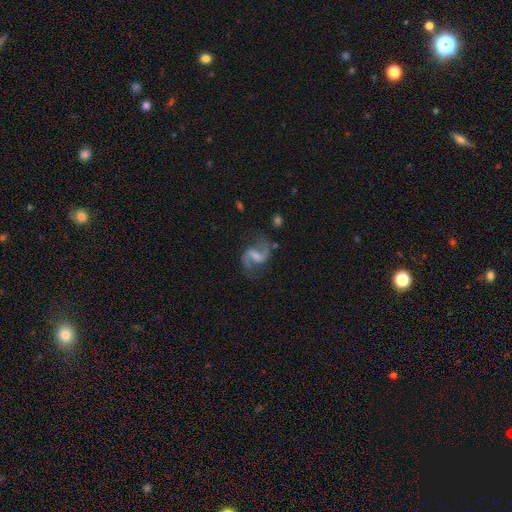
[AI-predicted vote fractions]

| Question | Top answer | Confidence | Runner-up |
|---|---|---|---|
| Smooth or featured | featured or disk | 88% | smooth (6%) |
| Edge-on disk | no | 98% | yes (2%) |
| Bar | weak | 51% | strong (32%) |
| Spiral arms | yes | 96% | no (4%) |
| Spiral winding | loose | 53% | medium (41%) |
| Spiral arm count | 2 | 93% | can't tell (2%) |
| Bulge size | small | 39% | moderate (30%) |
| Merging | none | 74% | minor disturbance (15%) |